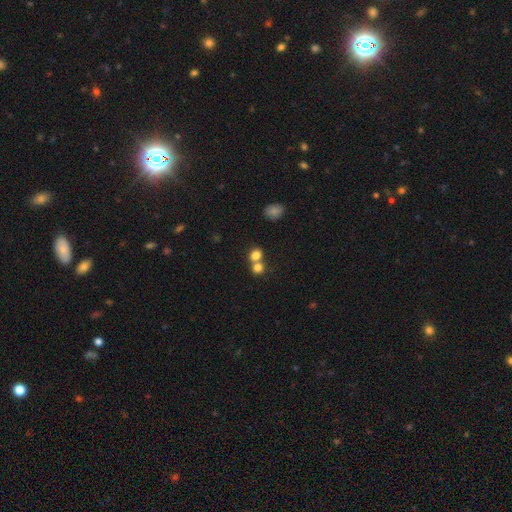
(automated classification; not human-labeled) smooth_or_featured: smooth (p=0.79) [alt: star or artifact p=0.12]
how_rounded: round (p=0.73) [alt: in between p=0.26]
merging: merger (p=0.51) [alt: none p=0.41]